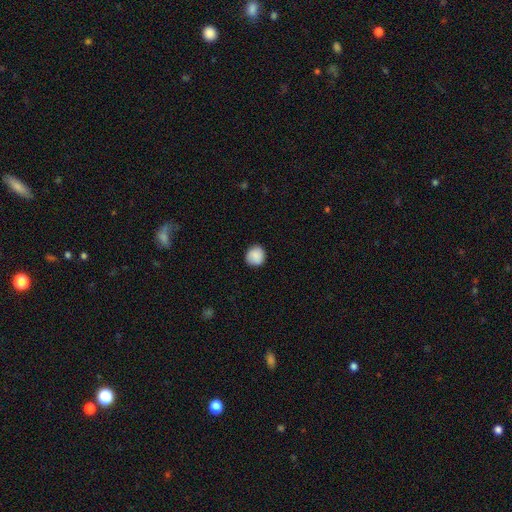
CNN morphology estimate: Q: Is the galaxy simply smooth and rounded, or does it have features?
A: smooth — 87%.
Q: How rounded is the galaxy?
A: round — 88%.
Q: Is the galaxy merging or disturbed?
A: none — 86%.